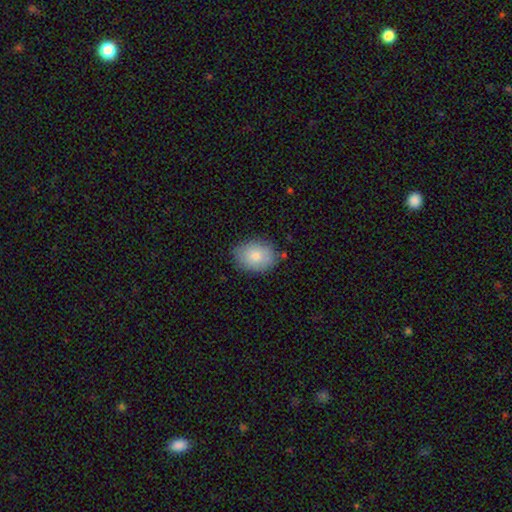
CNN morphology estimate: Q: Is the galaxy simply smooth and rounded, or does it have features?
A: smooth — 81%.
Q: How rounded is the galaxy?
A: in between — 61%.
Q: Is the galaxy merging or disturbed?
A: none — 80%.